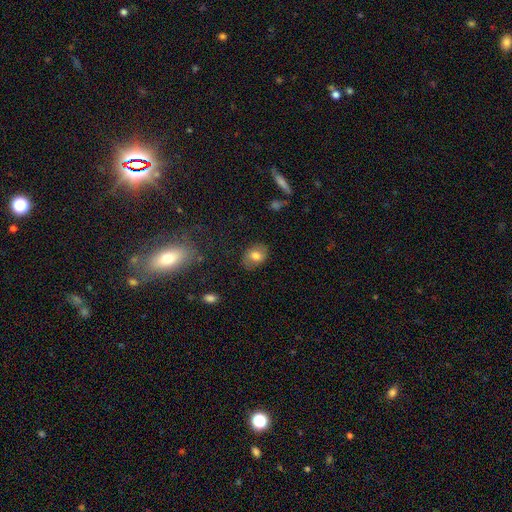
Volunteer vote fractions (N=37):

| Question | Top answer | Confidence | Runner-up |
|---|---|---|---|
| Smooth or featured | smooth | 54% | featured or disk (35%) |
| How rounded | in between | 70% | round (30%) |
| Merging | none | 82% | minor disturbance (15%) |